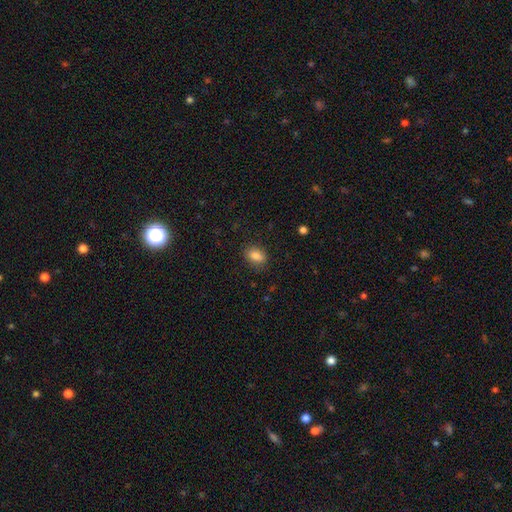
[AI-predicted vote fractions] Smooth or featured: smooth — 86% (star or artifact — 9%)
How rounded: in between — 84% (round — 14%)
Merging: none — 83% (minor disturbance — 12%)